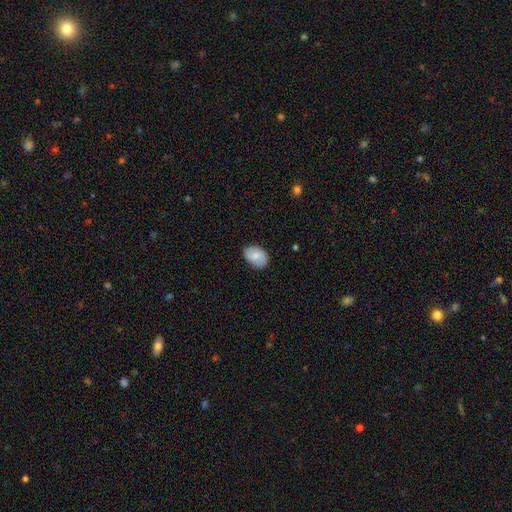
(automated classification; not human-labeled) The model was most divided on "smooth or featured": smooth: 67%, featured or disk: 26%, star or artifact: 7%. More confident: how rounded — in between (81%); merging — none (78%).